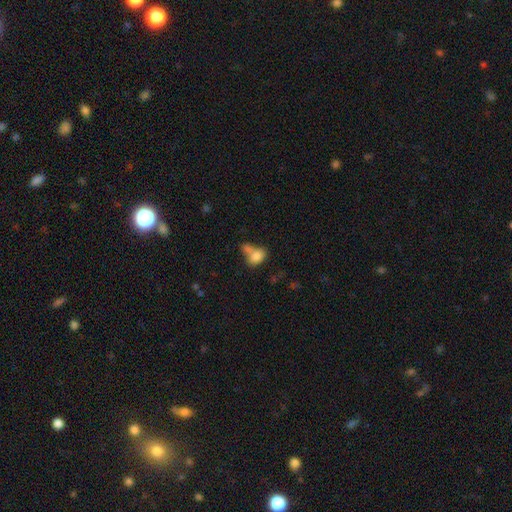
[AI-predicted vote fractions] This appears to be a smooth galaxy with no disk features (80%) that is in between round and cigar-shaped (72%). Merging: merger (44%).